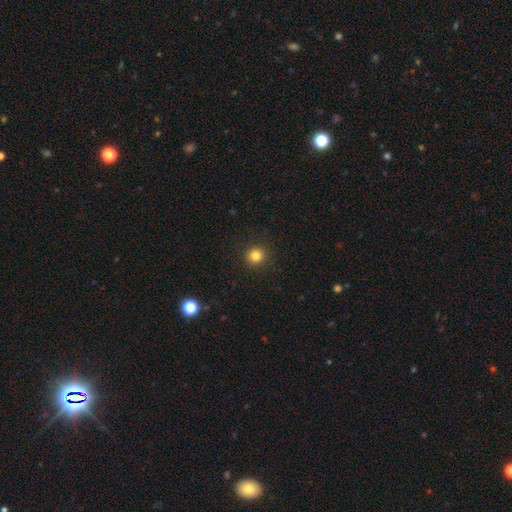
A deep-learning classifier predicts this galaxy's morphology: Smooth or featured? smooth (82%)
How rounded? round (93%)
Merging? none (92%)